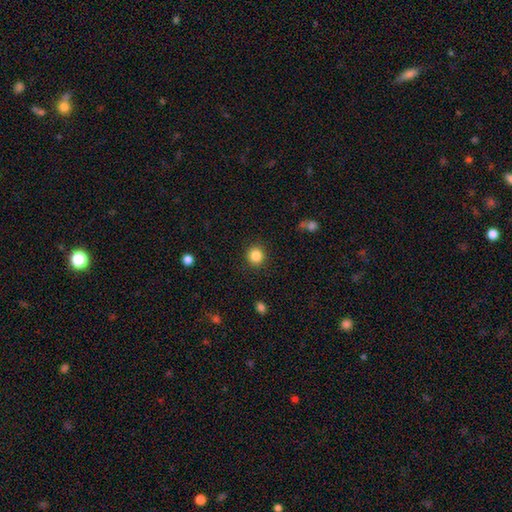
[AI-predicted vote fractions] Smooth or featured? smooth (85%)
How rounded? round (92%)
Merging? none (91%)